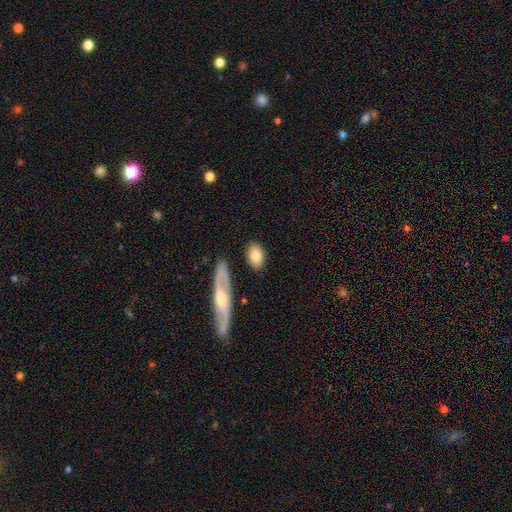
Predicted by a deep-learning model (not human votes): A smooth galaxy with no disk features (78%) that is in between round and cigar-shaped (82%).

Vote fractions:
- Smooth or featured? smooth: 78% / featured or disk: 16% / star or artifact: 6%
- How rounded? in between: 82% / round: 13% / cigar-shaped: 4%
- Merging? none: 78% / minor disturbance: 13% / merger: 5% / major disturbance: 4%